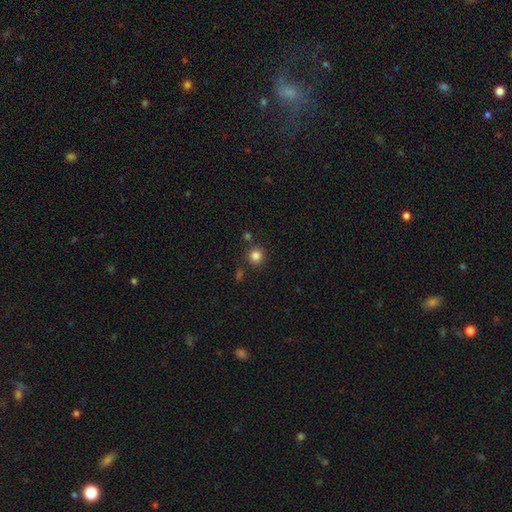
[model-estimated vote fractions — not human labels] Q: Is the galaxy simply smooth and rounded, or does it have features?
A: smooth — 84%.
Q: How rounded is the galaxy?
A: round — 93%.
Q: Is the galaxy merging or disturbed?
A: none — 84%.